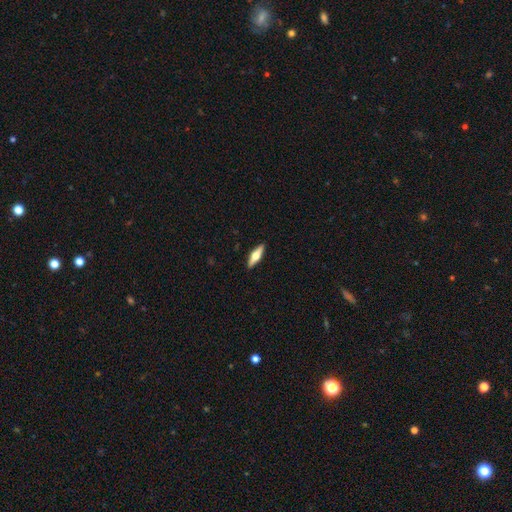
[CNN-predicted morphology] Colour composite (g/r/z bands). It shows a featured or disk galaxy (53%) viewed edge-on (94%) with a rounded central bulge (95%). Merging: none (91%).